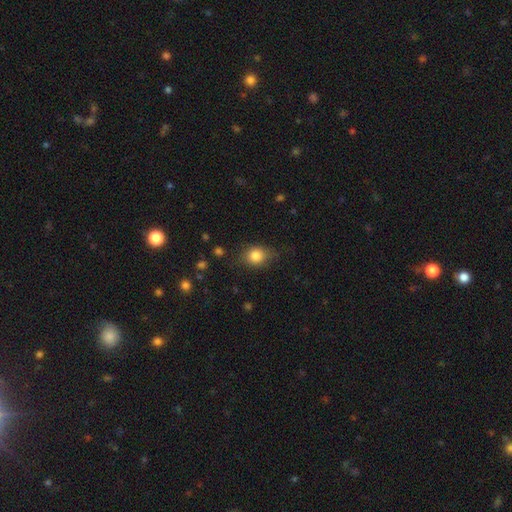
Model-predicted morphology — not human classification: Smooth or featured? smooth (82%)
How rounded? round (57%)
Merging? none (70%)